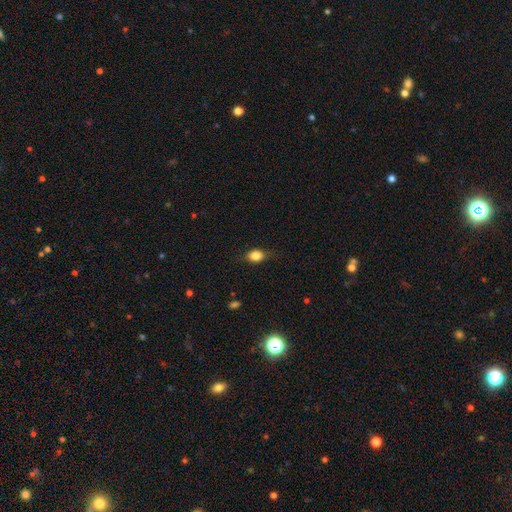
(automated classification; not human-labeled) A smooth galaxy with no disk features (82%) that is in between round and cigar-shaped (66%). Merging: none (75%).